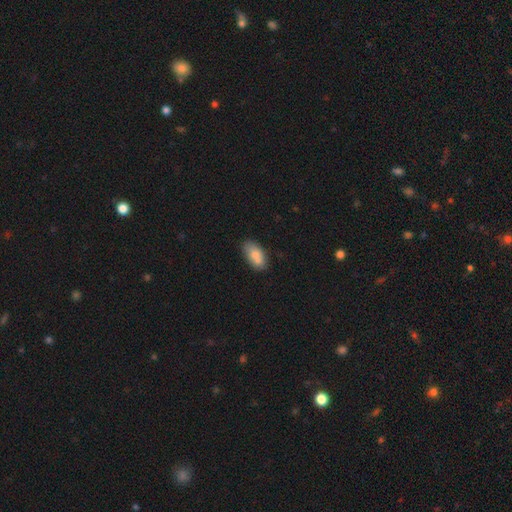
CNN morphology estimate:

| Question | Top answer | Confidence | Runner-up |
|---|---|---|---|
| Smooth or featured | smooth | 74% | featured or disk (19%) |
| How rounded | in between | 90% | round (6%) |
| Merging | none | 57% | merger (22%) |